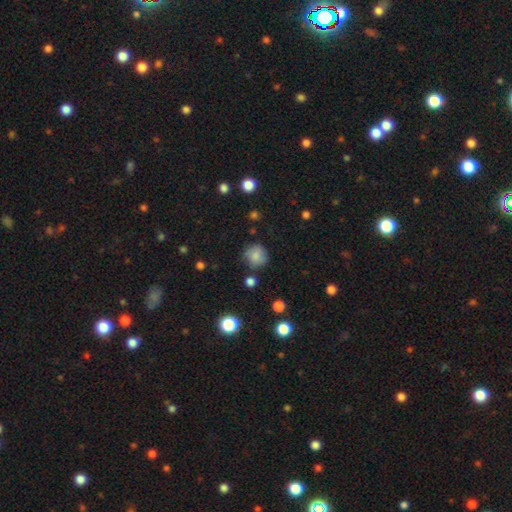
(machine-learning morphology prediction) This appears to be a smooth galaxy with no disk features (79%) that is round (90%). Merging: none (74%).